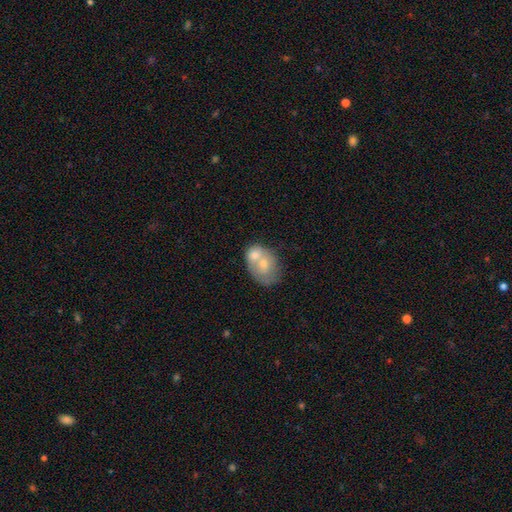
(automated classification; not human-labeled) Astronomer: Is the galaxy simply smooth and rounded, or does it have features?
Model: smooth — 55% (runner-up: featured or disk, 37%).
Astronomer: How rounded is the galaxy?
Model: in between — 62% (runner-up: round, 37%).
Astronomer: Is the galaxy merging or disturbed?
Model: merger — 62%.